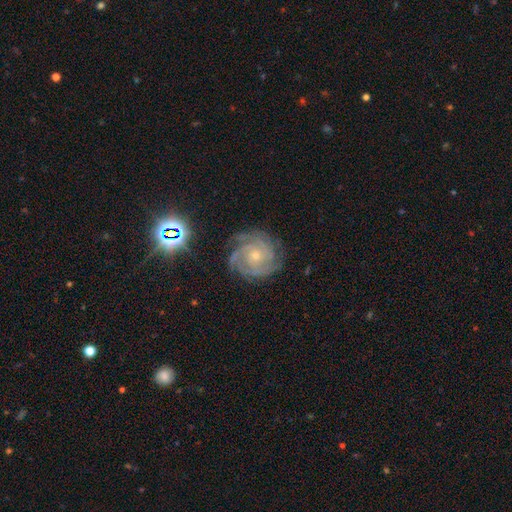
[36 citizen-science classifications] This is clearly a featured or disk galaxy (86%). It is clearly not viewed edge-on (97%). Bar: clearly no (80%). Spiral arm pattern: clearly yes (100%). Spiral arm count: marginally more than 4 (37%). Spiral winding: clearly tight (80%). Central bulge: likely small (63%). Merging: clearly none (88%).